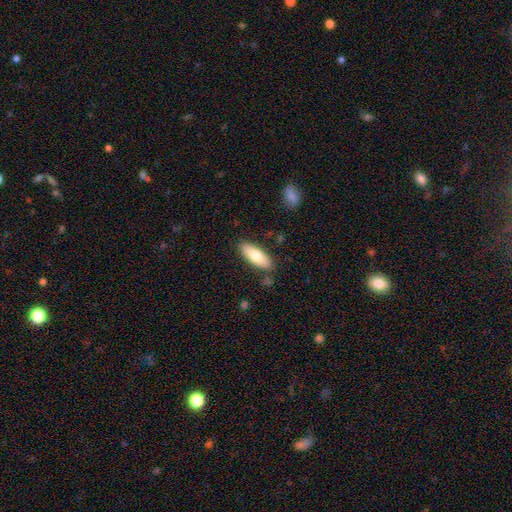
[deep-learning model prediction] Smooth or featured? Predicted: smooth (p=0.75). How rounded? Predicted: in between (p=0.75). Merging? Predicted: none (p=0.84).